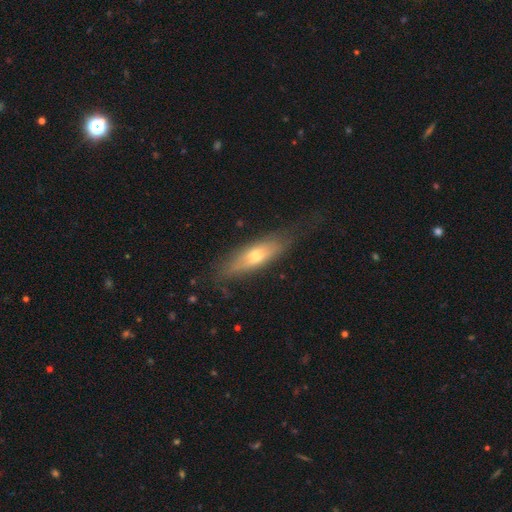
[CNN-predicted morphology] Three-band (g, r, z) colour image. It shows a smooth galaxy with no disk features (49%). Merging: none (67%).